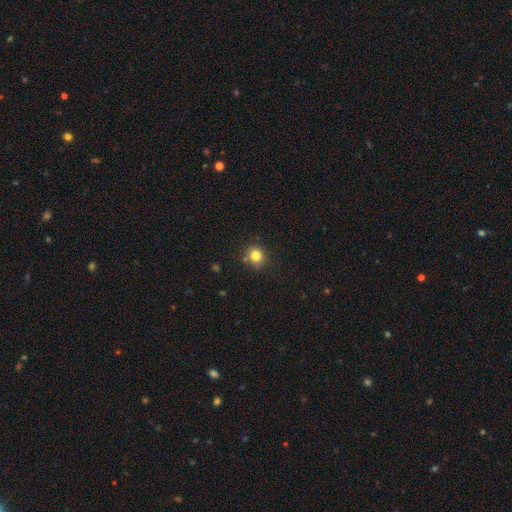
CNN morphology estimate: A smooth galaxy with no disk features (81%) that is round (87%).

Vote fractions:
- Smooth or featured? smooth: 81% / star or artifact: 12% / featured or disk: 6%
- How rounded? round: 87% / in between: 12% / cigar-shaped: 1%
- Merging? none: 81% / minor disturbance: 13% / merger: 4% / major disturbance: 3%